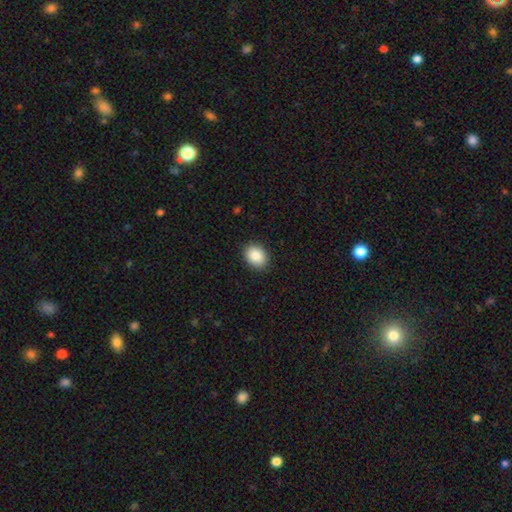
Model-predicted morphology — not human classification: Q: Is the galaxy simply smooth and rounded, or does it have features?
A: smooth — 89%.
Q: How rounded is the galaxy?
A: in between — 63%.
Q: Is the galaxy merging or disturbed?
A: none — 89%.